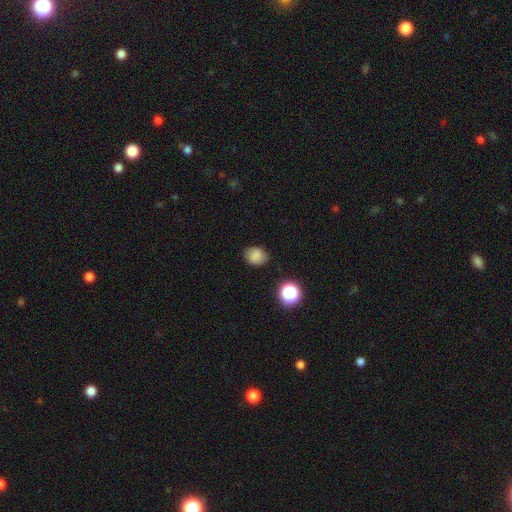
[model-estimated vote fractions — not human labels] Smooth or featured: smooth — 82% (star or artifact — 12%)
How rounded: round — 53% (in between — 46%)
Merging: none — 79% (minor disturbance — 16%)